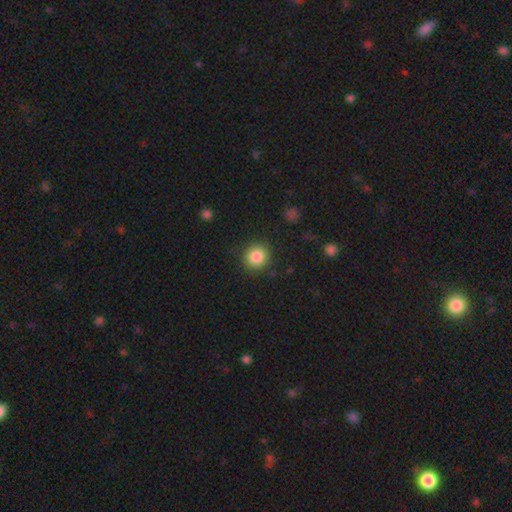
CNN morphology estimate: Smooth or featured? Predicted: smooth (p=0.86). How rounded? Predicted: round (p=0.92). Merging? Predicted: none (p=0.88).